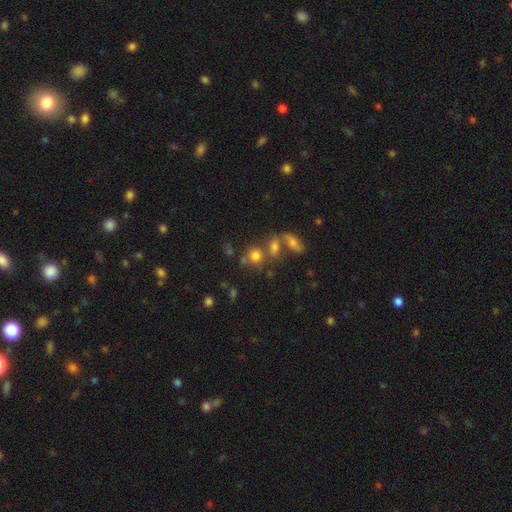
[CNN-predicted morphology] smooth_or_featured: smooth (p=0.74) [alt: star or artifact p=0.15]
how_rounded: round (p=0.74) [alt: in between p=0.24]
merging: none (p=0.49) [alt: merger p=0.34]